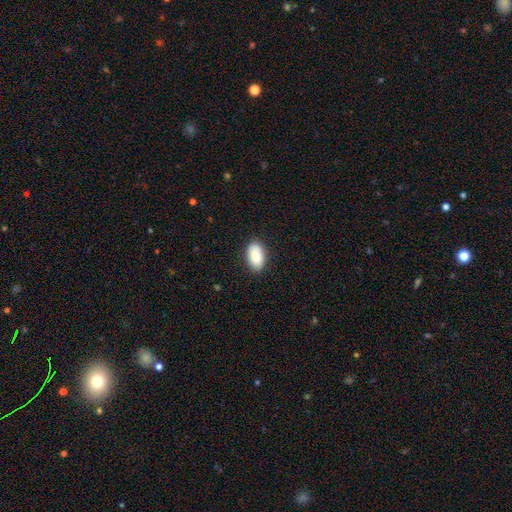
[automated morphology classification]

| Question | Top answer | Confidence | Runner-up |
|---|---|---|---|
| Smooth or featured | smooth | 91% | star or artifact (6%) |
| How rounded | in between | 95% | round (4%) |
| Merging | none | 87% | minor disturbance (9%) |